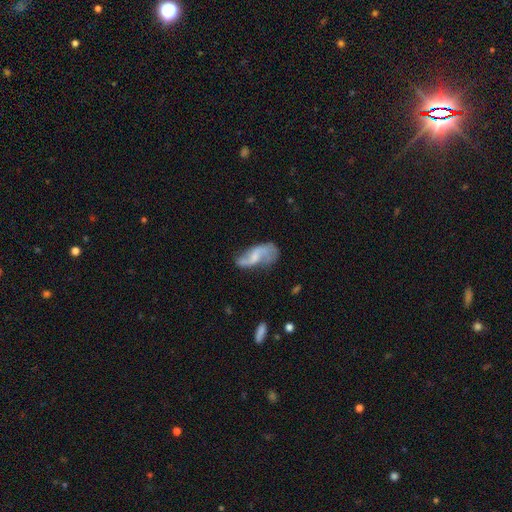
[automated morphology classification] Q: Smooth or featured?
A: featured or disk (72%); runner-up: smooth (21%)
Q: Edge-on disk?
A: no (96%); runner-up: yes (4%)
Q: Bar?
A: weak (45%); runner-up: no (42%)
Q: Spiral arms?
A: yes (89%); runner-up: no (11%)
Q: Spiral winding?
A: loose (74%); runner-up: medium (20%)
Q: Spiral arm count?
A: 2 (87%); runner-up: can't tell (6%)
Q: Bulge size?
A: small (44%); runner-up: none (28%)
Q: Merging?
A: none (52%); runner-up: minor disturbance (25%)